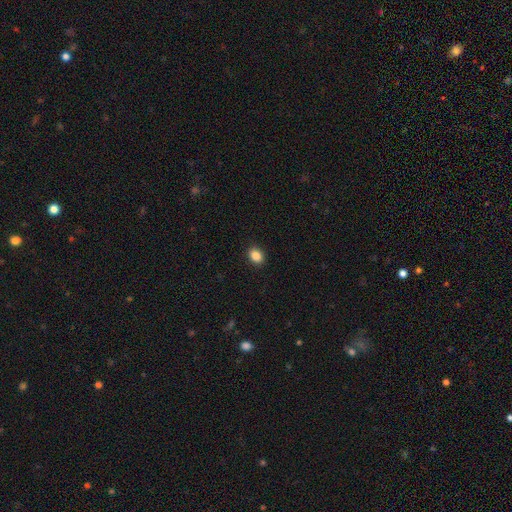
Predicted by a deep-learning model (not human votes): A smooth galaxy with no disk features (87%) that is in between round and cigar-shaped (59%). Merging: none (91%).